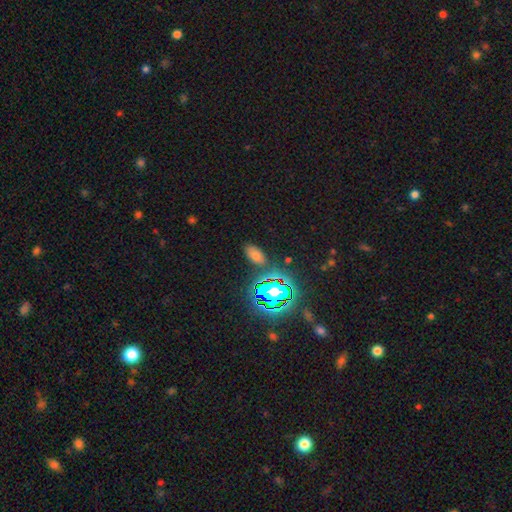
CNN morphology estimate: smooth_or_featured: smooth (p=0.57) [alt: star or artifact p=0.34]
how_rounded: in between (p=0.89) [alt: round p=0.07]
merging: none (p=0.81) [alt: minor disturbance p=0.11]